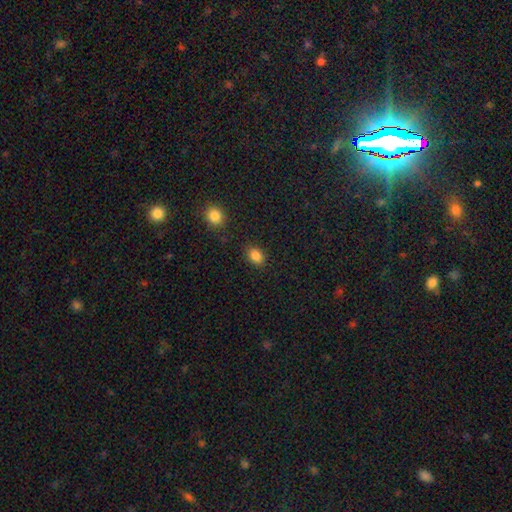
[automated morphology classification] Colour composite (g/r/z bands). It shows a smooth galaxy with no disk features (85%) that is in between round and cigar-shaped (74%). Merging: none (85%).